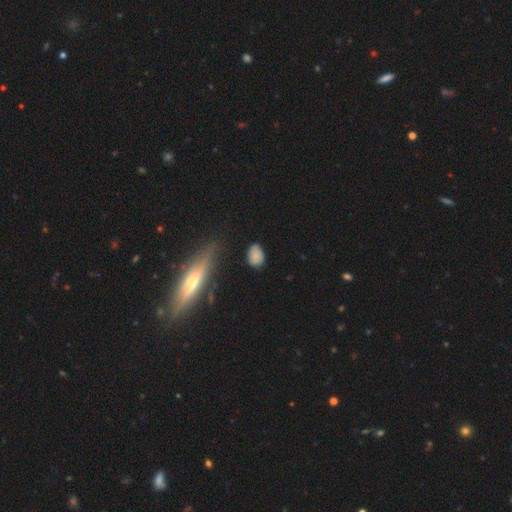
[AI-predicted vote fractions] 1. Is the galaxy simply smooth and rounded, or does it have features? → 77% smooth, 12% featured or disk, 10% star or artifact.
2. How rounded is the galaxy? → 74% in between, 23% round, 2% cigar-shaped.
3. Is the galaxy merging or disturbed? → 70% none, 22% minor disturbance, 5% major disturbance, 3% merger.